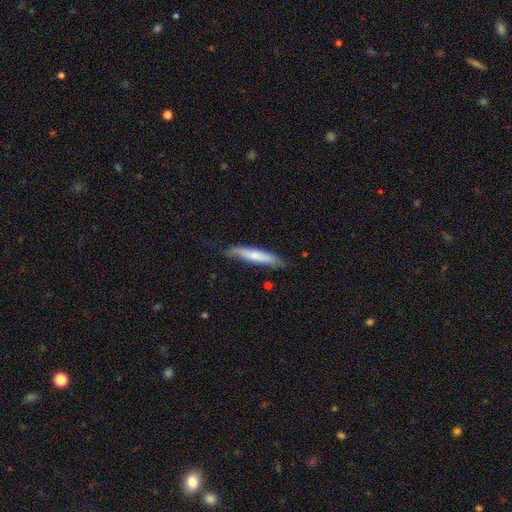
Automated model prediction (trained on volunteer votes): Morphology: type=smooth (67%); roundness=cigar-shaped (86%); merging=none (73%).